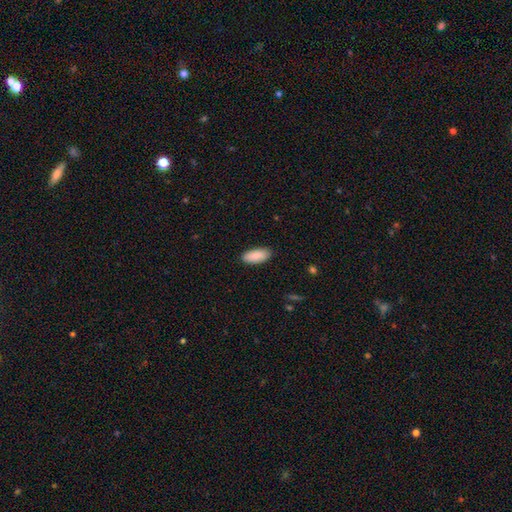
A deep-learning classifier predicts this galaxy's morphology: Smooth or featured? smooth (88%)
How rounded? in between (87%)
Merging? none (88%)